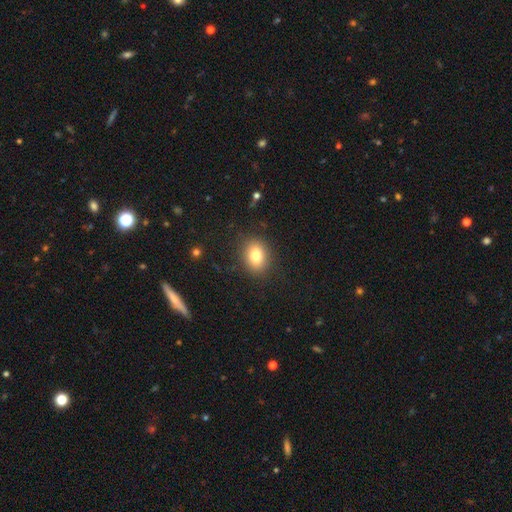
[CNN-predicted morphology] Smooth or featured?
  - smooth: 79% *
  - star or artifact: 11%
  - featured or disk: 10%
How rounded?
  - in between: 52% *
  - round: 47%
  - cigar-shaped: 1%
Merging?
  - none: 87% *
  - minor disturbance: 9%
  - major disturbance: 3%
  - merger: 1%